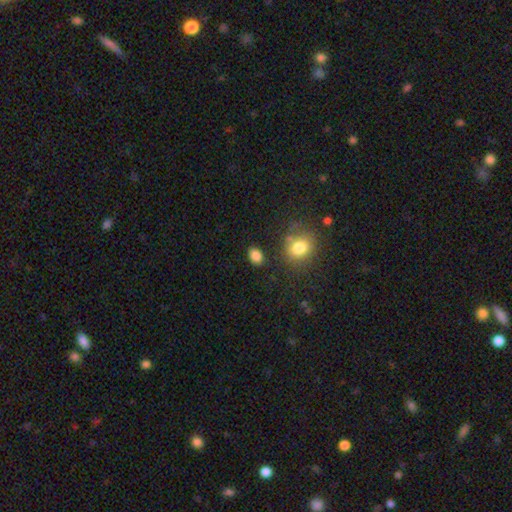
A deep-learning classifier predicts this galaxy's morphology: A smooth galaxy with no disk features (85%) that is in between round and cigar-shaped (74%). Merging: none (83%).